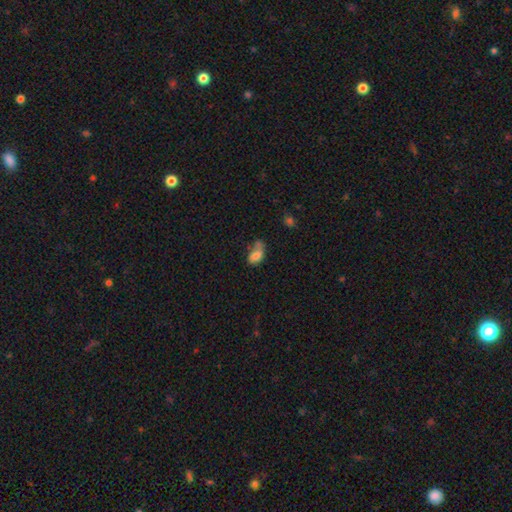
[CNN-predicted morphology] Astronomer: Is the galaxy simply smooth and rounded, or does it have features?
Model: smooth — 76%.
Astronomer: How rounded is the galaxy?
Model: in between — 87%.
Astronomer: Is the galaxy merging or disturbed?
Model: none — 33% (runner-up: minor disturbance, 27%).